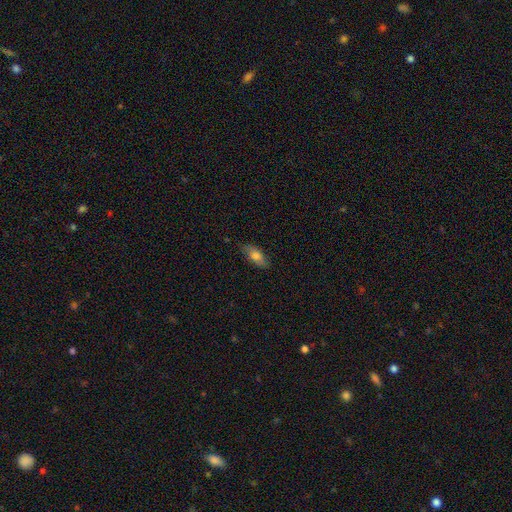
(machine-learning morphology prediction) Q: Smooth or featured?
A: smooth (71%); runner-up: featured or disk (22%)
Q: How rounded?
A: in between (83%); runner-up: cigar-shaped (14%)
Q: Merging?
A: none (80%); runner-up: minor disturbance (16%)